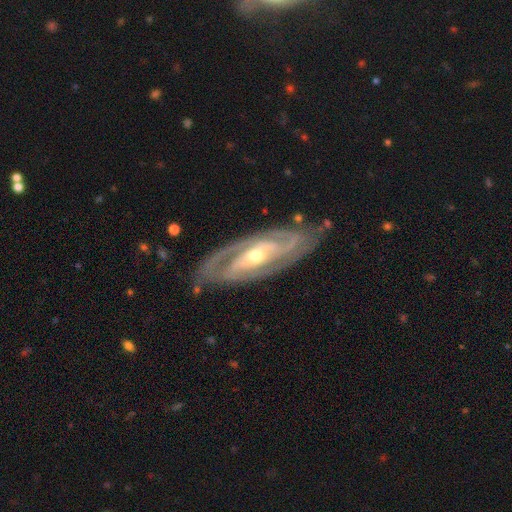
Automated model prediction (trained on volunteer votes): A featured or disk galaxy (91%) with no bar (44%), 2 (71%) tight (58%) spiral arms (97%) and a moderate central bulge (57%). Merging: none (81%).